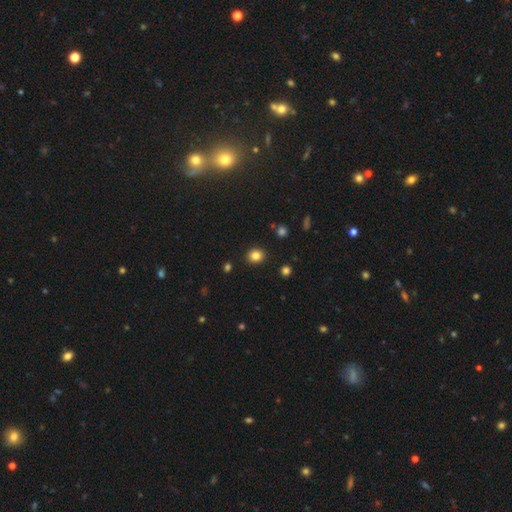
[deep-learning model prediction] smooth-or-featured: smooth: 83% | star or artifact: 12% | featured or disk: 5%
  how-rounded: round: 75% | in between: 24% | cigar-shaped: 1%
  merging: none: 90% | minor disturbance: 6% | major disturbance: 2% | merger: 2%